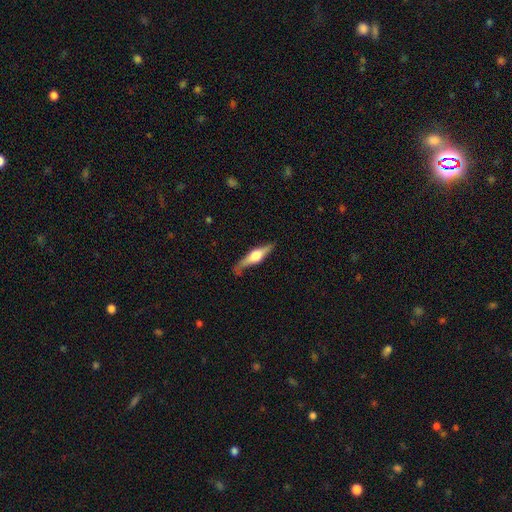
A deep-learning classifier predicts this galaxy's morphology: Smooth or featured? featured or disk (65%)
Edge-on disk? yes (95%)
Edge-on bulge? rounded (91%)
Merging? none (75%)